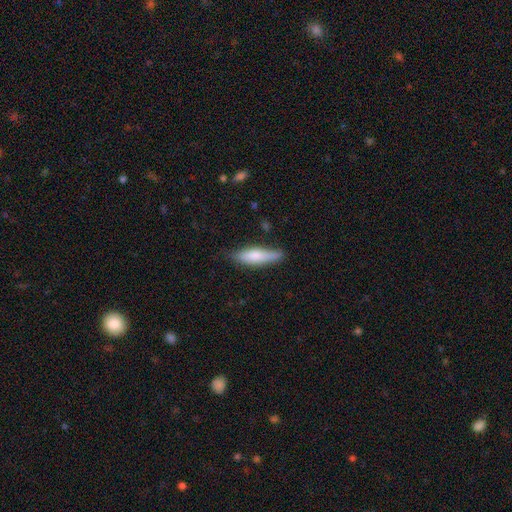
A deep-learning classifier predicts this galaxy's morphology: A smooth galaxy with no disk features (71%) that is cigar-shaped (62%).

Vote fractions:
- Smooth or featured? smooth: 71% / featured or disk: 24% / star or artifact: 6%
- How rounded? cigar-shaped: 62% / in between: 36% / round: 2%
- Merging? none: 71% / minor disturbance: 23% / major disturbance: 4% / merger: 2%